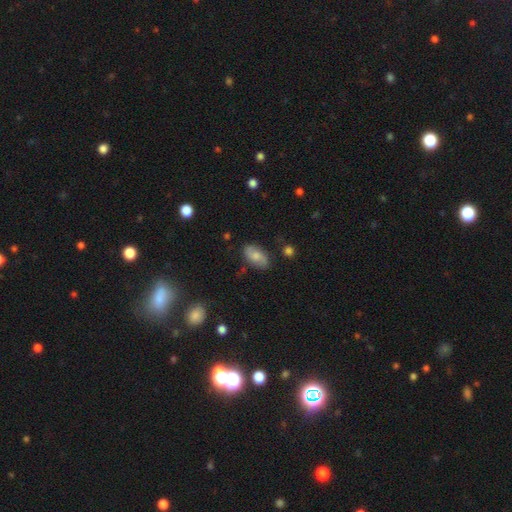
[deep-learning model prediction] Q: Smooth or featured?
A: smooth (64%); runner-up: featured or disk (29%)
Q: How rounded?
A: in between (92%); runner-up: round (5%)
Q: Merging?
A: none (77%); runner-up: minor disturbance (17%)